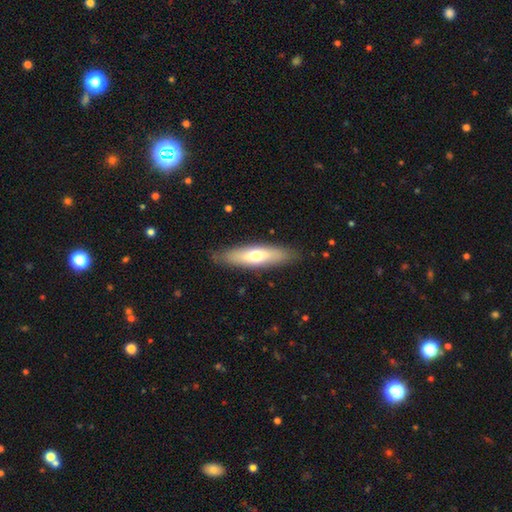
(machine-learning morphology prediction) The model was most divided on "how rounded": cigar-shaped: 59%, in between: 39%, round: 2%. More confident: merging — none (86%); smooth or featured — smooth (59%).